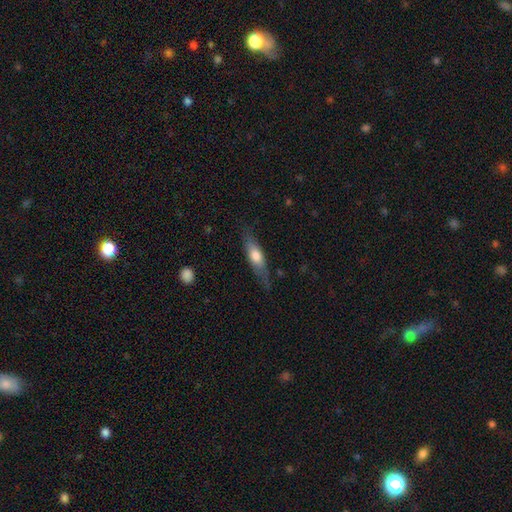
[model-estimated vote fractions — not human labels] smooth_or_featured: smooth (p=0.60) [alt: featured or disk p=0.34]
how_rounded: cigar-shaped (p=0.55) [alt: in between p=0.42]
merging: none (p=0.69) [alt: minor disturbance p=0.22]